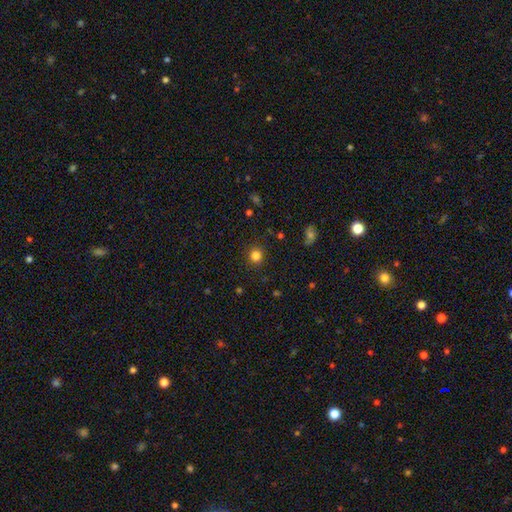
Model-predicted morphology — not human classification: smooth-or-featured: smooth: 83% | star or artifact: 13% | featured or disk: 5%
  how-rounded: round: 89% | in between: 10% | cigar-shaped: 1%
  merging: none: 89% | minor disturbance: 7% | major disturbance: 3% | merger: 1%